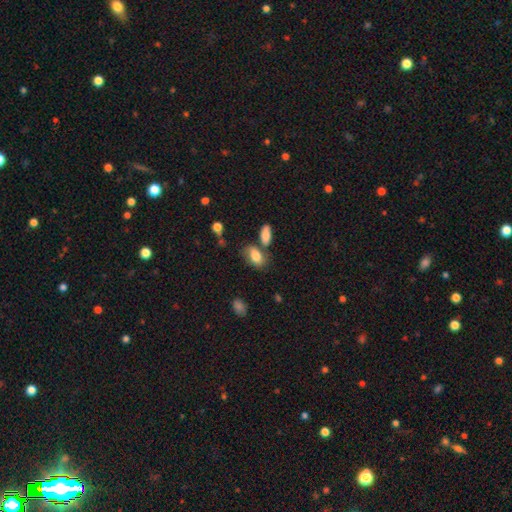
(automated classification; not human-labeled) smooth_or_featured: smooth (p=0.75) [alt: featured or disk p=0.17]
how_rounded: in between (p=0.90) [alt: round p=0.08]
merging: none (p=0.51) [alt: minor disturbance p=0.20]